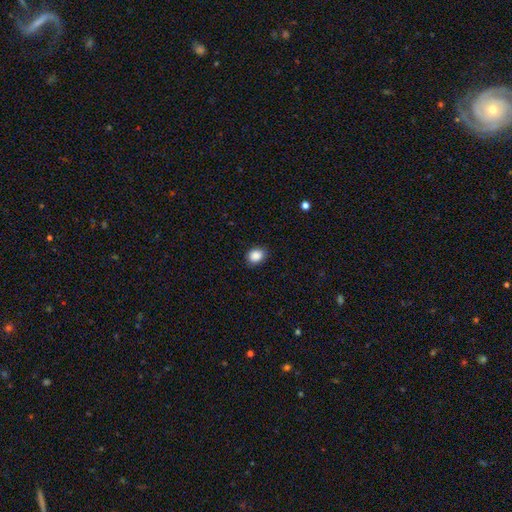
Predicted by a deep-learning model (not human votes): Q: Smooth or featured?
A: smooth (88%); runner-up: star or artifact (9%)
Q: How rounded?
A: in between (50%); runner-up: round (49%)
Q: Merging?
A: none (87%); runner-up: minor disturbance (10%)